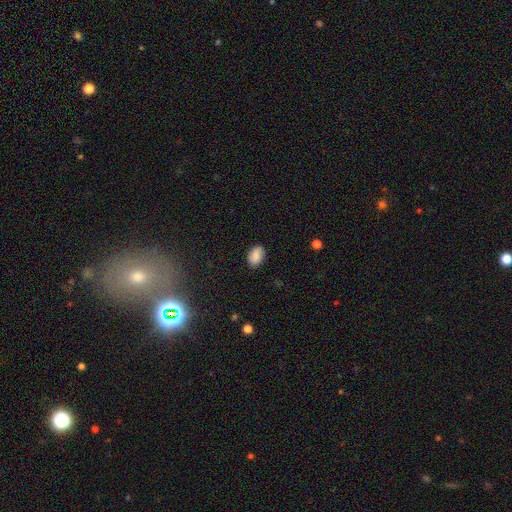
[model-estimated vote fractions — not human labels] Smooth or featured: smooth — 86% (star or artifact — 8%)
How rounded: in between — 88% (round — 10%)
Merging: none — 86% (minor disturbance — 11%)